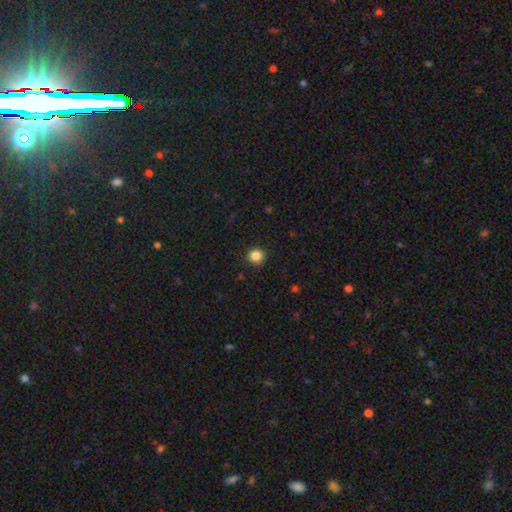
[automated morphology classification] A smooth galaxy with no disk features (85%) that is round (93%). Merging: none (91%).